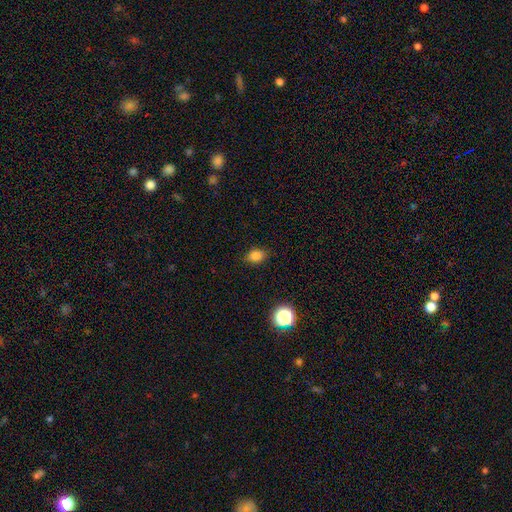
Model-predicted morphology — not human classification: type=smooth (83%); roundness=in between (67%); merging=none (86%).